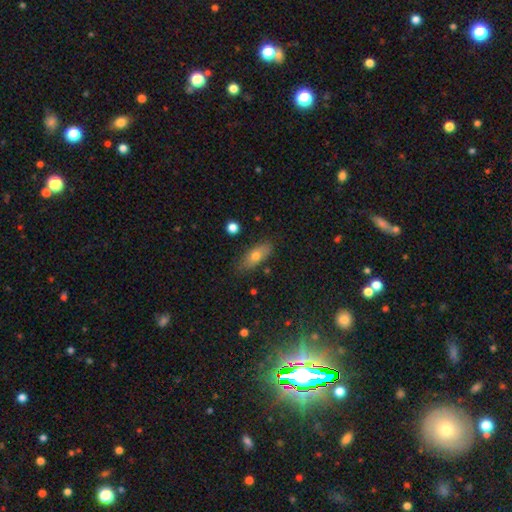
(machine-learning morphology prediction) smooth 70%, featured or disk 22%, star or artifact 8%. Down the decision tree: how rounded — in between (74%); merging — none (81%).